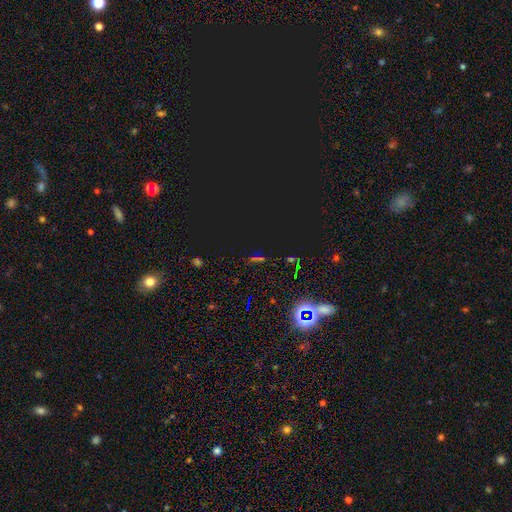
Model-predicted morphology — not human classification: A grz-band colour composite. It shows a star or artifact, not a galaxy (76%).